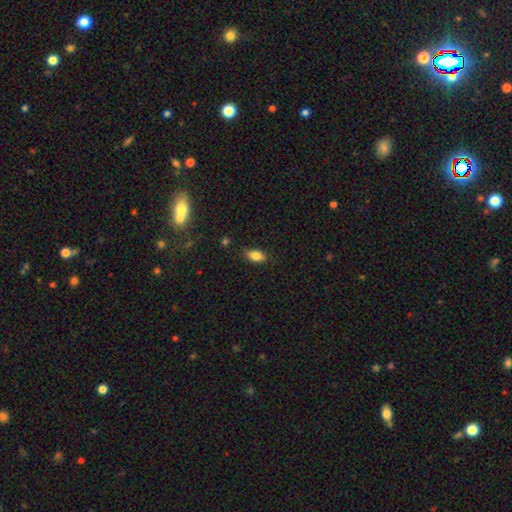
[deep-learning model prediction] A smooth galaxy with no disk features (81%) that is in between round and cigar-shaped (87%). Merging: none (84%).